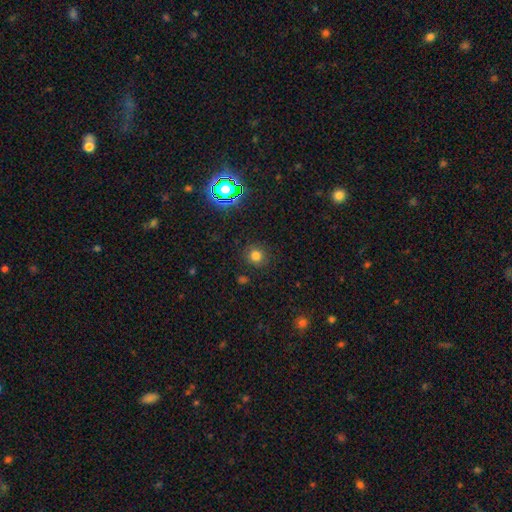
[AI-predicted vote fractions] Smooth or featured? Predicted: smooth (p=0.75). How rounded? Predicted: round (p=0.89). Merging? Predicted: none (p=0.87).